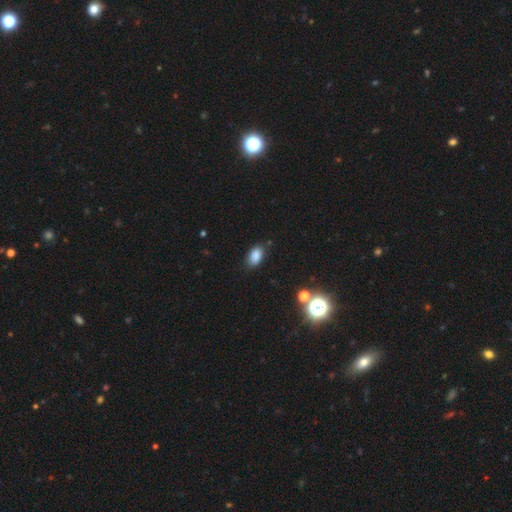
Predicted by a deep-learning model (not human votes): smooth-or-featured: smooth: 84% | star or artifact: 11% | featured or disk: 5%
  how-rounded: in between: 91% | round: 6% | cigar-shaped: 2%
  merging: none: 81% | minor disturbance: 14% | major disturbance: 3% | merger: 2%